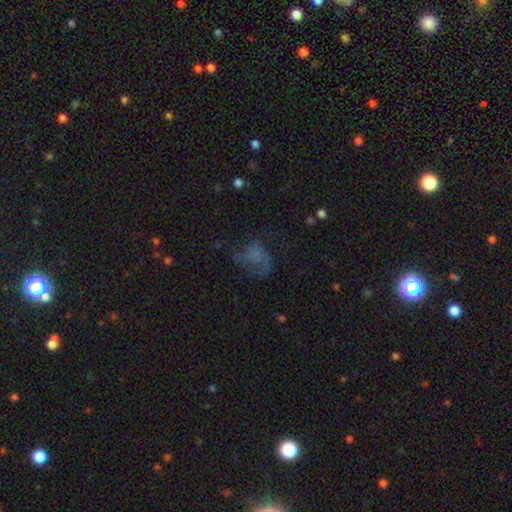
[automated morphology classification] Smooth or featured?
  - featured or disk: 44% *
  - smooth: 37%
  - star or artifact: 19%
Merging?
  - major disturbance: 40% *
  - none: 37%
  - minor disturbance: 20%
  - merger: 3%